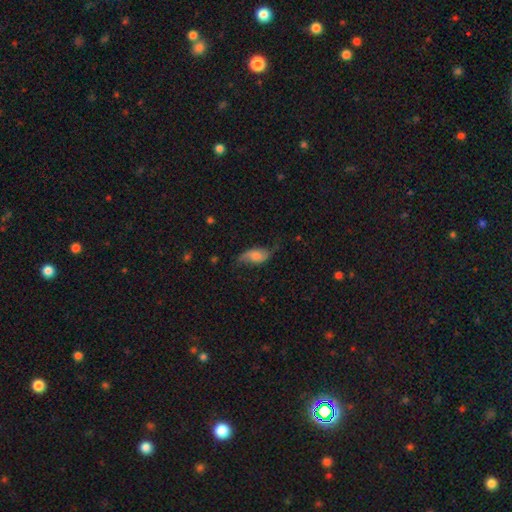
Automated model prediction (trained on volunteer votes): This is possibly a featured or disk galaxy (48%). Merging: possibly none (59%).